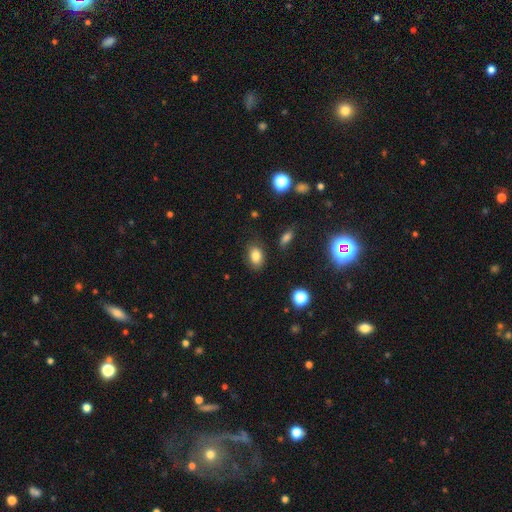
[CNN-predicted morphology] The model was most divided on "how rounded": in between: 81%, round: 18%, cigar-shaped: 1%. More confident: smooth or featured — smooth (82%); merging — none (81%).